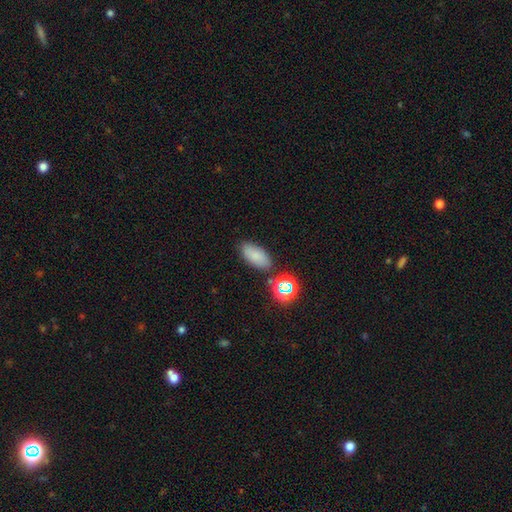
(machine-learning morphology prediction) Smooth or featured: smooth — 77% (star or artifact — 14%)
How rounded: in between — 89% (cigar-shaped — 6%)
Merging: none — 78% (minor disturbance — 13%)